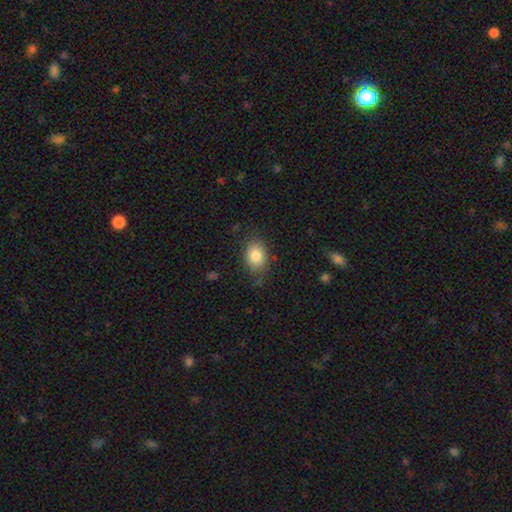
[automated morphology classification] smooth_or_featured: smooth (p=0.84) [alt: star or artifact p=0.09]
how_rounded: in between (p=0.68) [alt: round p=0.31]
merging: none (p=0.77) [alt: minor disturbance p=0.17]